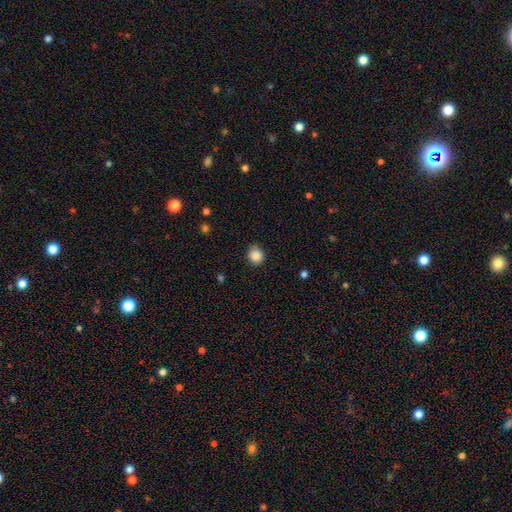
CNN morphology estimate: type=smooth (87%); roundness=round (88%); merging=none (84%).